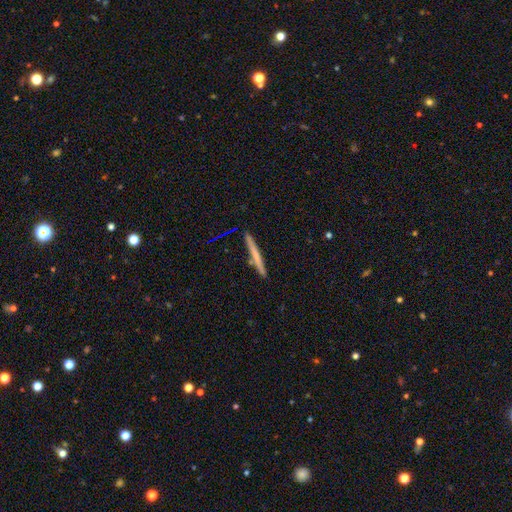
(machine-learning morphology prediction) This appears to be a smooth galaxy with no disk features (56%) that is cigar-shaped (97%). Merging: none (89%).